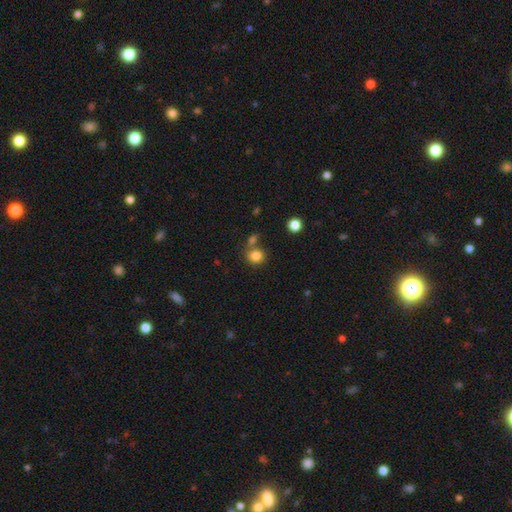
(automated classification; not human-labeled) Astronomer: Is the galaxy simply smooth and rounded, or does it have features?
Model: smooth — 83%.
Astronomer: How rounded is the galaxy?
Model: round — 81%.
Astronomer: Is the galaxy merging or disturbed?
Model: none — 63%.